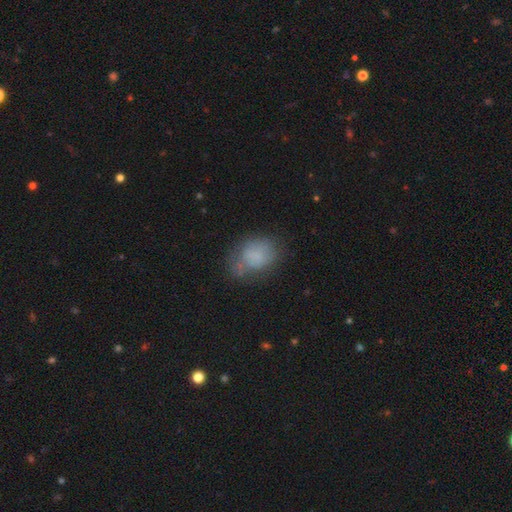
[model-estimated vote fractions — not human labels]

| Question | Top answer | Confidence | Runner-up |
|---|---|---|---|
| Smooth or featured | smooth | 69% | featured or disk (21%) |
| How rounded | in between | 65% | round (34%) |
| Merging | none | 52% | minor disturbance (27%) |